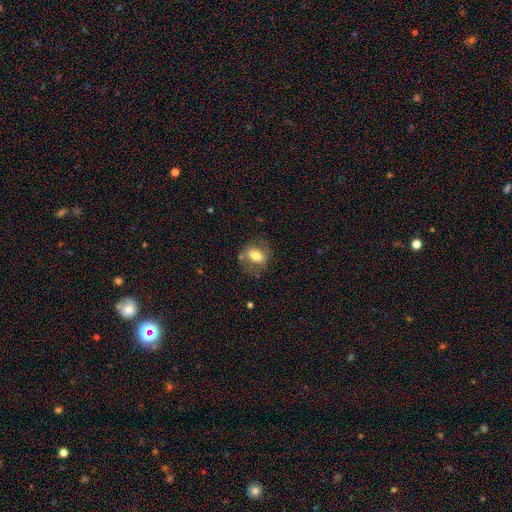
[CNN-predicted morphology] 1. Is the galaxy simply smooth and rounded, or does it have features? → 68% smooth, 24% featured or disk, 8% star or artifact.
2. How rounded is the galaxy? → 71% in between, 26% round, 3% cigar-shaped.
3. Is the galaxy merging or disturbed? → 68% none, 18% minor disturbance, 9% major disturbance, 5% merger.